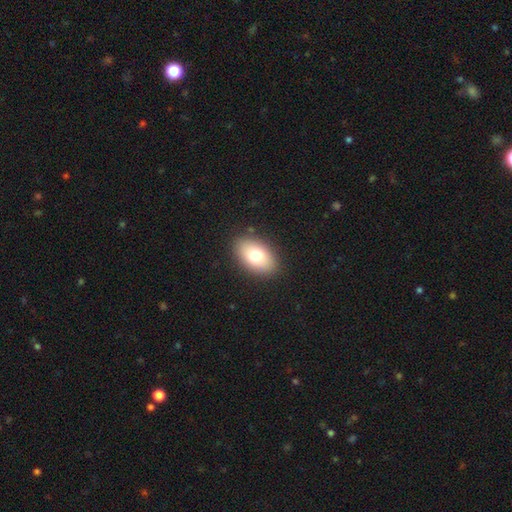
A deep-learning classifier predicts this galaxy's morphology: Smooth or featured? smooth (75%)
How rounded? in between (90%)
Merging? none (87%)